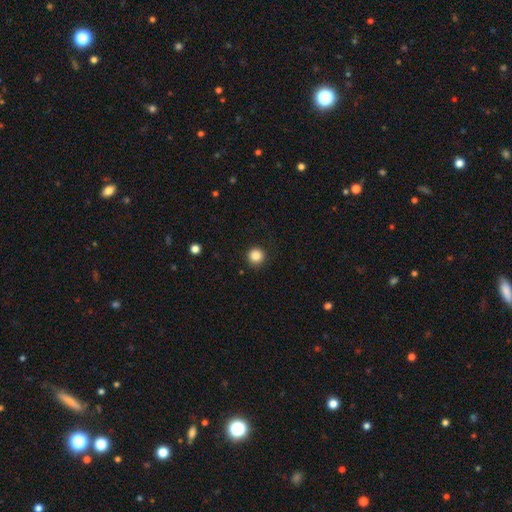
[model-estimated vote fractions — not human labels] The model was most divided on "smooth or featured": smooth: 86%, star or artifact: 10%, featured or disk: 4%. More confident: how rounded — round (96%); merging — none (91%).